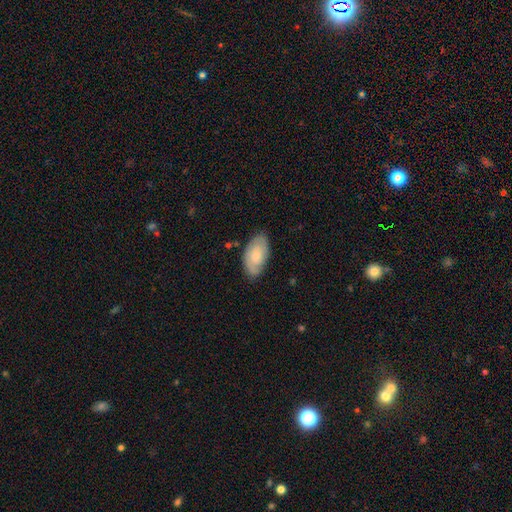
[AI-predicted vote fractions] Smooth or featured? Predicted: smooth (p=0.56). How rounded? Predicted: in between (p=0.94). Merging? Predicted: none (p=0.76).